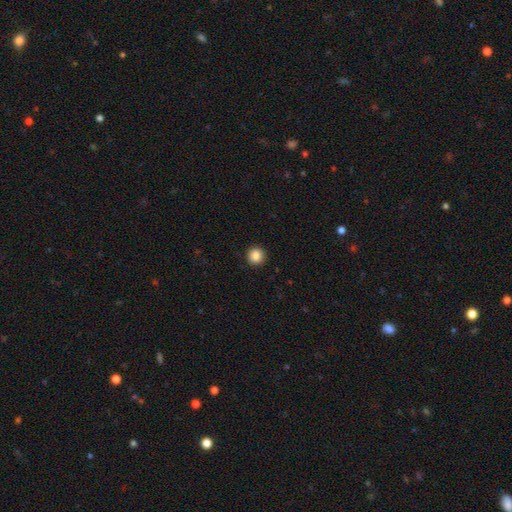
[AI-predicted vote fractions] smooth_or_featured: smooth (p=0.87) [alt: star or artifact p=0.09]
how_rounded: round (p=0.95) [alt: in between p=0.04]
merging: none (p=0.93) [alt: minor disturbance p=0.04]